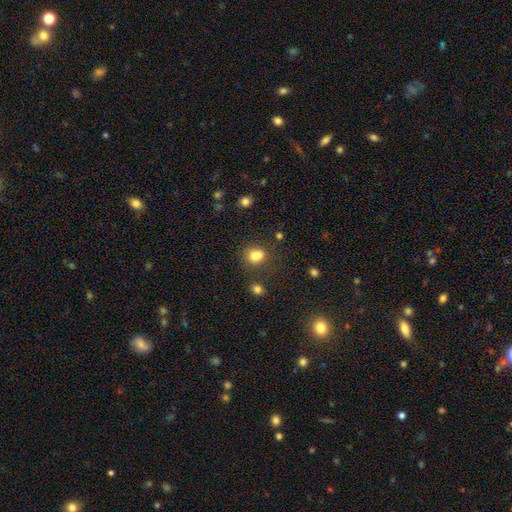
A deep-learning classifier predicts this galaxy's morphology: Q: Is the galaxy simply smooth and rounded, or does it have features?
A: smooth — 79%.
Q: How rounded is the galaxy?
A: round — 50%.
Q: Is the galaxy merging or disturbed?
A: none — 51%.